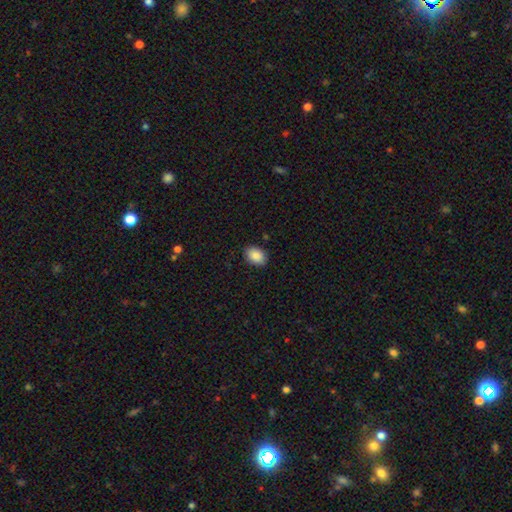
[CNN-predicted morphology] Smooth or featured? smooth (88%)
How rounded? in between (83%)
Merging? none (88%)